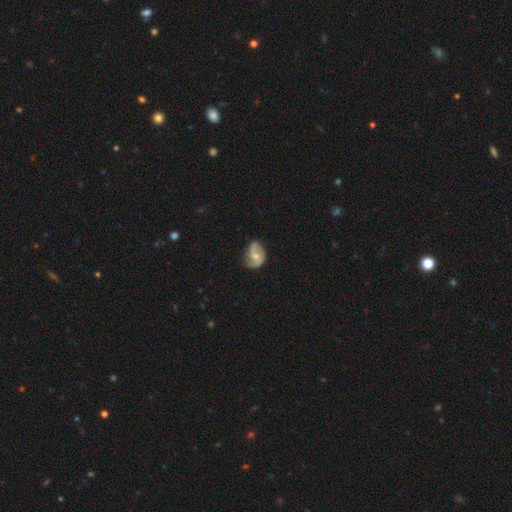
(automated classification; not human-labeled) Q: Smooth or featured?
A: featured or disk (69%); runner-up: smooth (24%)
Q: Edge-on disk?
A: no (97%); runner-up: yes (3%)
Q: Bar?
A: no (62%); runner-up: weak (31%)
Q: Spiral arms?
A: yes (90%); runner-up: no (10%)
Q: Spiral winding?
A: medium (46%); runner-up: loose (28%)
Q: Spiral arm count?
A: 2 (76%); runner-up: can't tell (9%)
Q: Bulge size?
A: moderate (49%); runner-up: small (45%)
Q: Merging?
A: none (58%); runner-up: minor disturbance (29%)